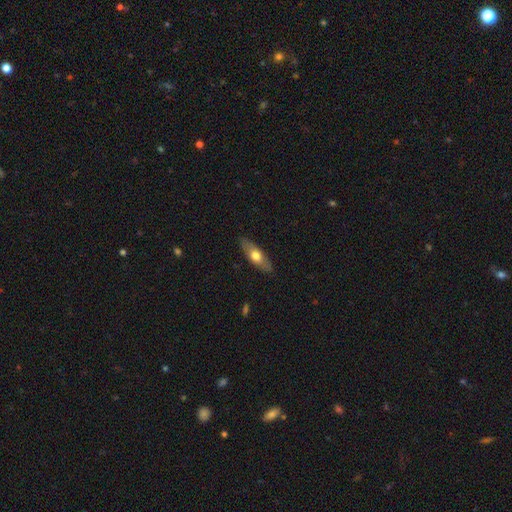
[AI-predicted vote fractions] smooth 56%, featured or disk 38%, star or artifact 5%. Down the decision tree: how rounded — in between (60%); merging — none (86%).